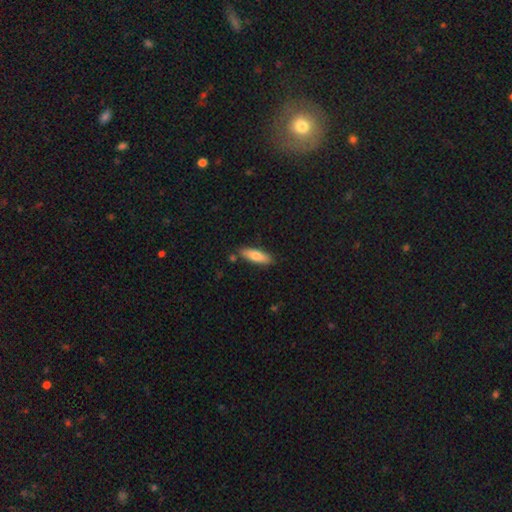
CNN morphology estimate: A smooth galaxy with no disk features (74%) that is cigar-shaped (52%).

Vote fractions:
- Smooth or featured? smooth: 74% / featured or disk: 20% / star or artifact: 6%
- How rounded? cigar-shaped: 52% / in between: 46% / round: 2%
- Merging? none: 84% / minor disturbance: 11% / merger: 4% / major disturbance: 2%